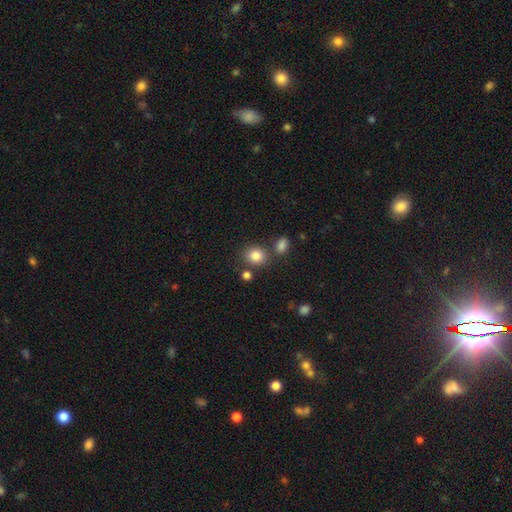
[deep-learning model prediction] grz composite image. It shows a smooth galaxy with no disk features (84%) that is round (69%). Merging: none (74%).